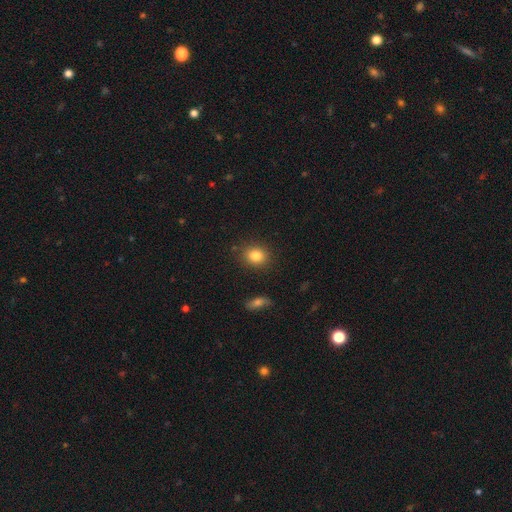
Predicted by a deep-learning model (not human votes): A smooth galaxy with no disk features (83%) that is round (64%). Merging: none (86%).